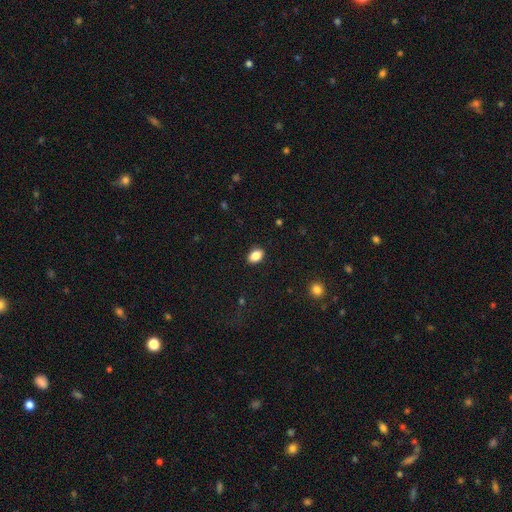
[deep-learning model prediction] A smooth galaxy with no disk features (87%) that is in between round and cigar-shaped (83%). Merging: none (88%).